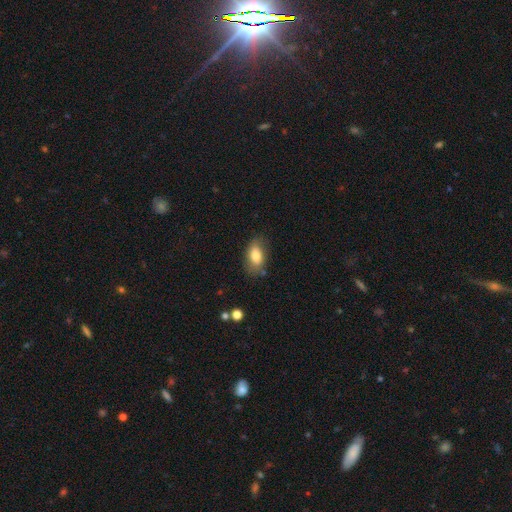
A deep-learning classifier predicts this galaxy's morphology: smooth-or-featured: smooth: 78% | featured or disk: 15% | star or artifact: 8%
  how-rounded: in between: 89% | round: 8% | cigar-shaped: 2%
  merging: none: 73% | minor disturbance: 19% | major disturbance: 5% | merger: 3%